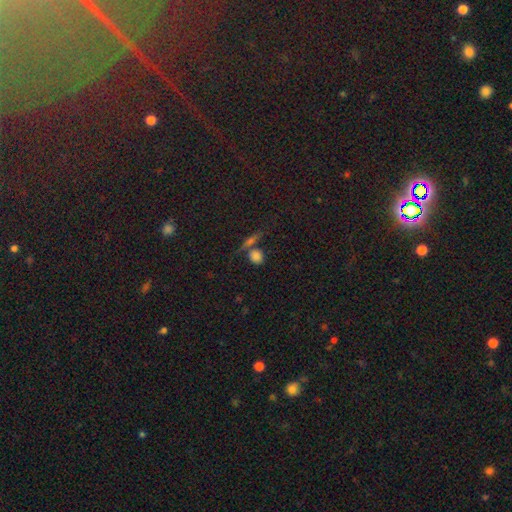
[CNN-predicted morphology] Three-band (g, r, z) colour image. It shows a smooth galaxy with no disk features (75%) that is round (75%). Merging: none (62%).